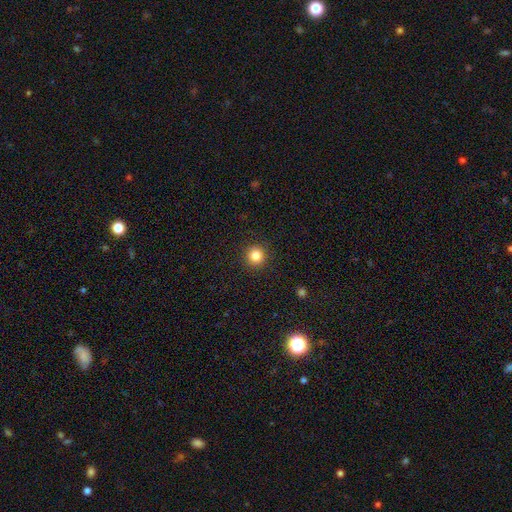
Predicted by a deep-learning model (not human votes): smooth 84%, star or artifact 12%, featured or disk 5%. Down the decision tree: how rounded — round (95%); merging — none (92%).